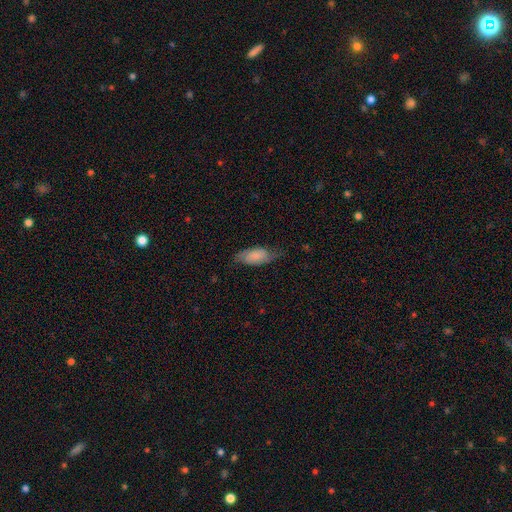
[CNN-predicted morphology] Smooth or featured? Predicted: smooth (p=0.67). How rounded? Predicted: in between (p=0.88). Merging? Predicted: none (p=0.62).